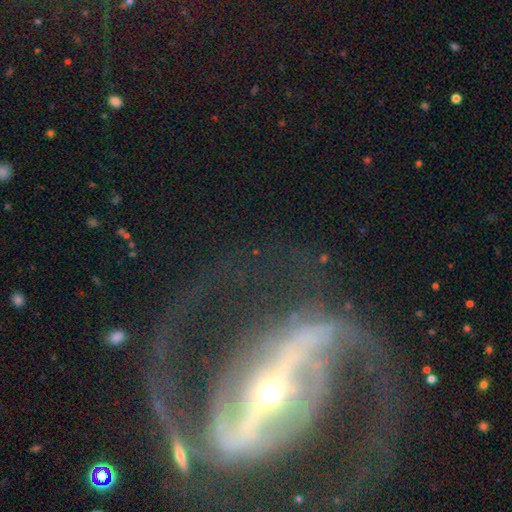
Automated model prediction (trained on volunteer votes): A featured or disk galaxy (91%) with a strong bar (80%), 2 (90%) medium (53%) spiral arms (95%) and a small central bulge (71%). Merging: none (68%).